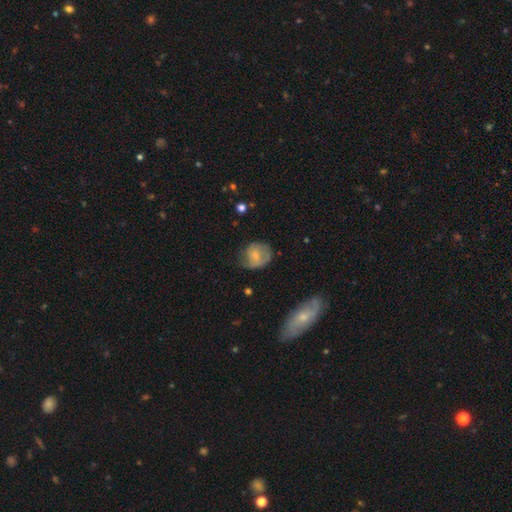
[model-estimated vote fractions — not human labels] Smooth or featured? Predicted: smooth (p=0.61). How rounded? Predicted: round (p=0.65). Merging? Predicted: none (p=0.51).